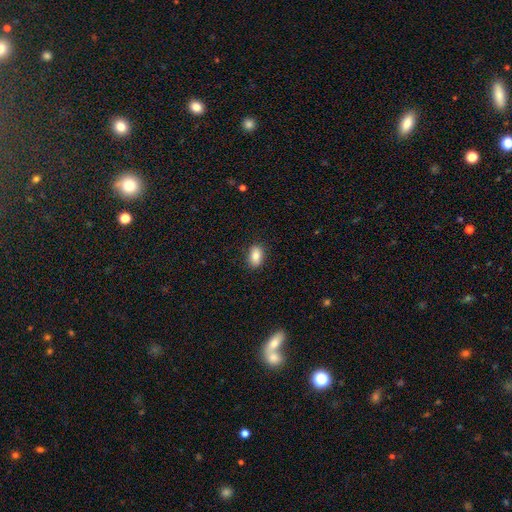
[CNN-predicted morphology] Smooth or featured? smooth (86%)
How rounded? in between (88%)
Merging? none (87%)